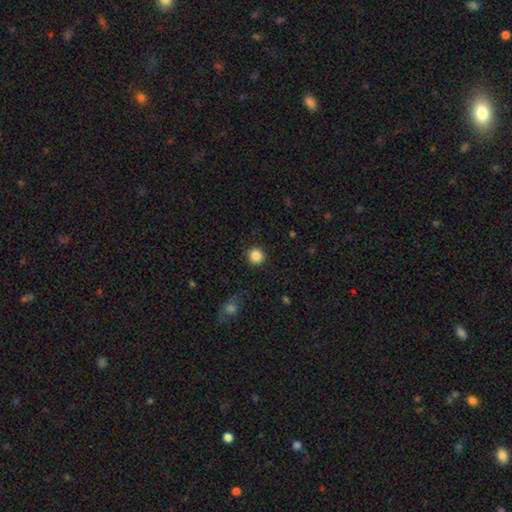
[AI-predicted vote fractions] This is clearly a smooth galaxy (87%). How rounded: clearly round (95%). Merging: clearly none (90%).